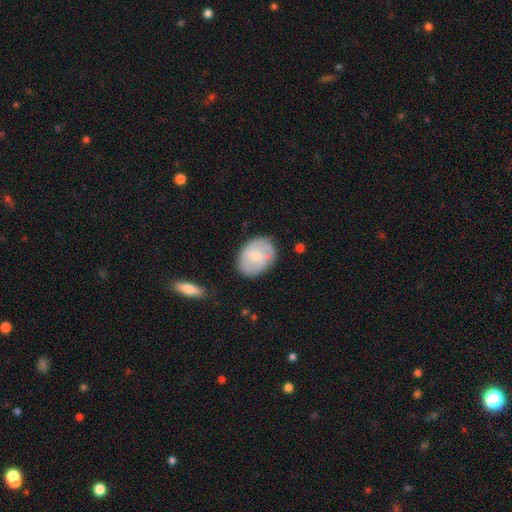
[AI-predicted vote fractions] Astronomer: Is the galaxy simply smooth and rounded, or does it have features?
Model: smooth — 53% (runner-up: featured or disk, 41%).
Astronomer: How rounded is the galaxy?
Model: in between — 67%.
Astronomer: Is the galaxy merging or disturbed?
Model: none — 74%.